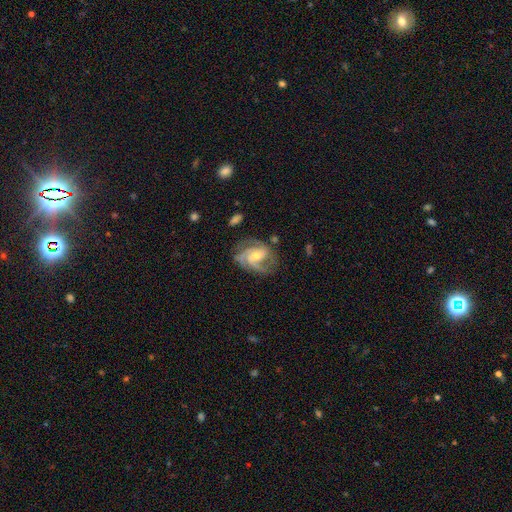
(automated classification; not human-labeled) Q: Smooth or featured?
A: featured or disk (88%); runner-up: smooth (6%)
Q: Edge-on disk?
A: no (98%); runner-up: yes (2%)
Q: Bar?
A: no (50%); runner-up: weak (38%)
Q: Spiral arms?
A: yes (97%); runner-up: no (3%)
Q: Spiral winding?
A: medium (46%); runner-up: tight (43%)
Q: Spiral arm count?
A: 3 (46%); runner-up: 2 (28%)
Q: Bulge size?
A: moderate (54%); runner-up: small (42%)
Q: Merging?
A: none (68%); runner-up: minor disturbance (20%)